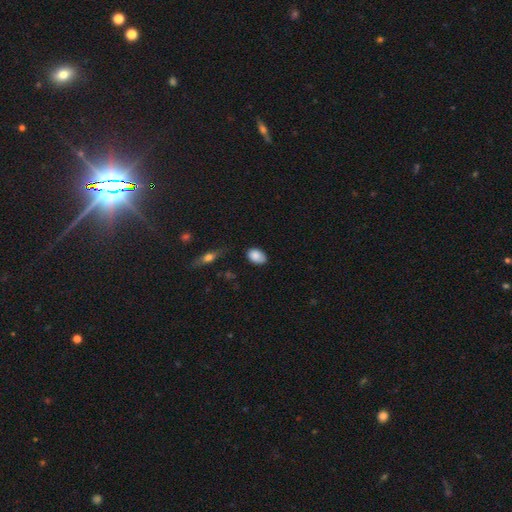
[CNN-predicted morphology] A smooth galaxy with no disk features (87%) that is in between round and cigar-shaped (86%).

Vote fractions:
- Smooth or featured? smooth: 87% / star or artifact: 7% / featured or disk: 6%
- How rounded? in between: 86% / round: 13% / cigar-shaped: 1%
- Merging? none: 74% / minor disturbance: 20% / major disturbance: 3% / merger: 2%